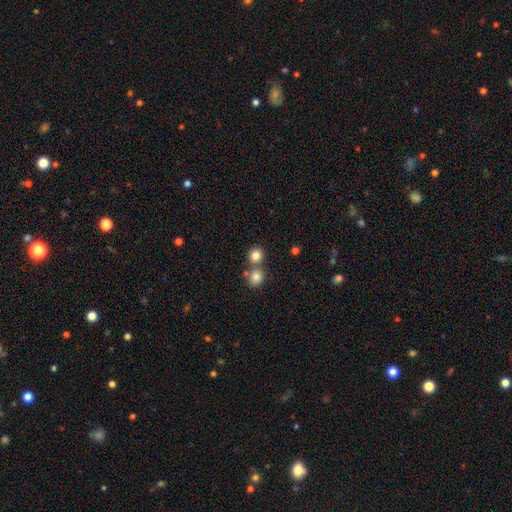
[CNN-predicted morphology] Smooth or featured?
  - smooth: 82% *
  - star or artifact: 12%
  - featured or disk: 6%
How rounded?
  - round: 87% *
  - in between: 12%
  - cigar-shaped: 1%
Merging?
  - none: 60% *
  - merger: 31%
  - minor disturbance: 7%
  - major disturbance: 2%